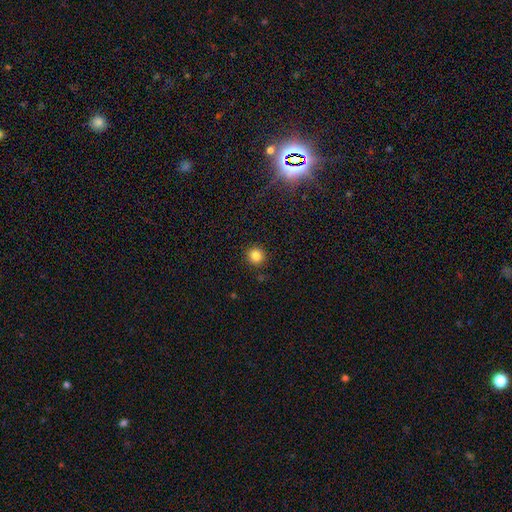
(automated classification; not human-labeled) Smooth or featured?
  - smooth: 84% *
  - star or artifact: 12%
  - featured or disk: 4%
How rounded?
  - round: 95% *
  - in between: 4%
  - cigar-shaped: 1%
Merging?
  - none: 91% *
  - minor disturbance: 5%
  - major disturbance: 2%
  - merger: 1%